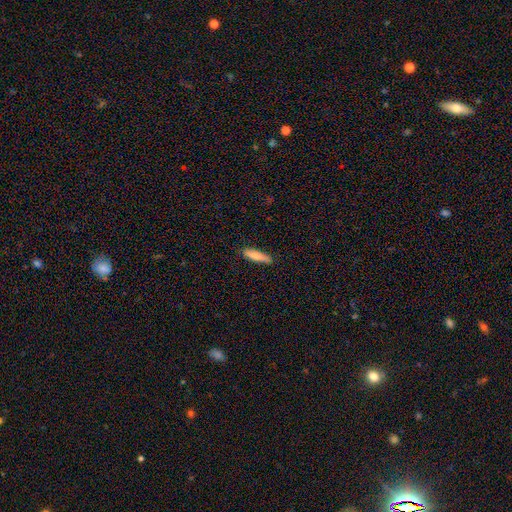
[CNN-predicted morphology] Smooth or featured? Predicted: smooth (p=0.84). How rounded? Predicted: cigar-shaped (p=0.78). Merging? Predicted: none (p=0.85).